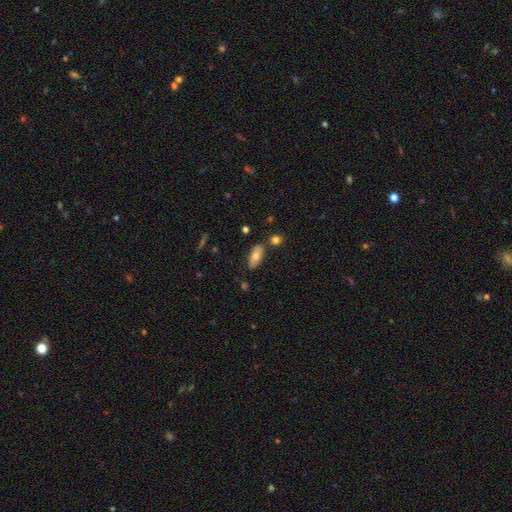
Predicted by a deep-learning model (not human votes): The model was most divided on "smooth or featured": smooth: 70%, featured or disk: 22%, star or artifact: 8%. More confident: how rounded — in between (88%); merging — none (77%).